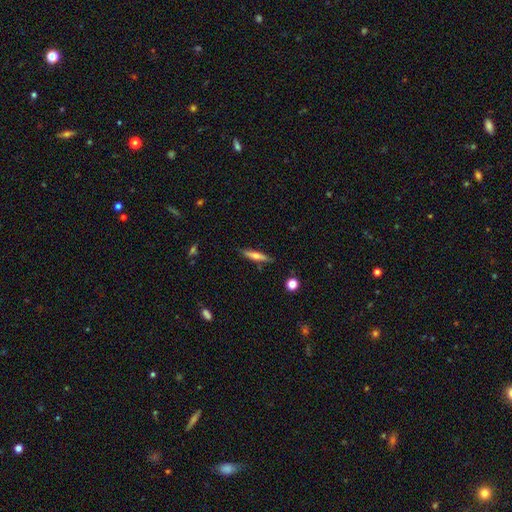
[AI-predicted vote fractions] Morphology: type=smooth (53%); roundness=cigar-shaped (84%); merging=none (84%).